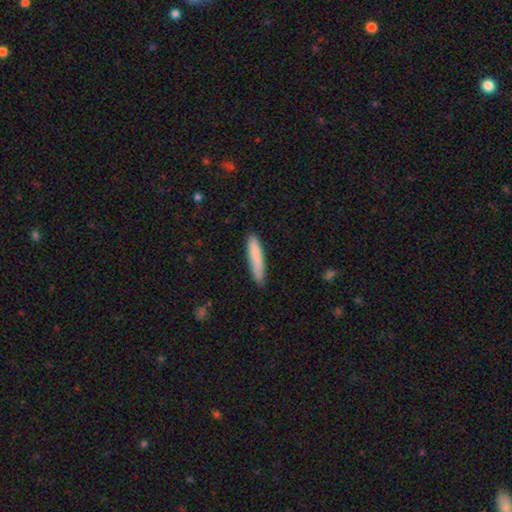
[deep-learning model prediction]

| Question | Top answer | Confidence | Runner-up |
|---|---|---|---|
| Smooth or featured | smooth | 83% | featured or disk (12%) |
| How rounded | cigar-shaped | 90% | in between (9%) |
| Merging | none | 86% | minor disturbance (11%) |